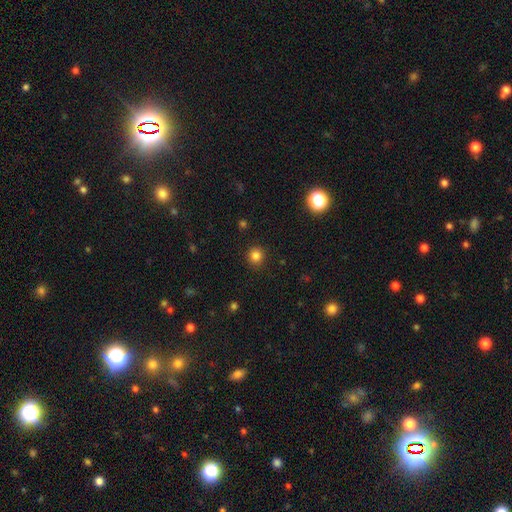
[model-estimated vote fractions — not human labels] This is clearly a smooth galaxy (82%). How rounded: clearly round (92%). Merging: clearly none (91%).